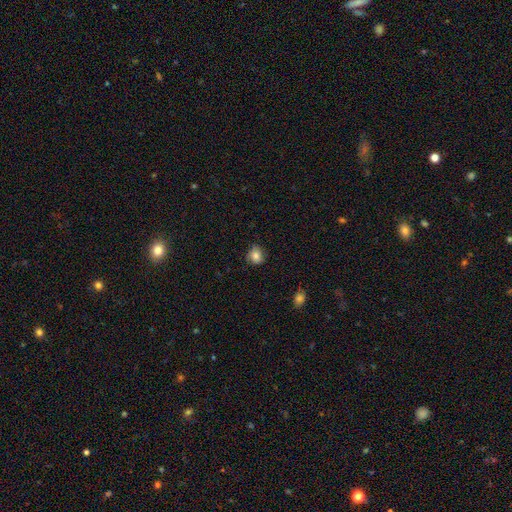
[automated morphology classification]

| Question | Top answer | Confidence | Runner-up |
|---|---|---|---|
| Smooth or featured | smooth | 77% | featured or disk (12%) |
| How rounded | round | 77% | in between (22%) |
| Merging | none | 75% | minor disturbance (20%) |